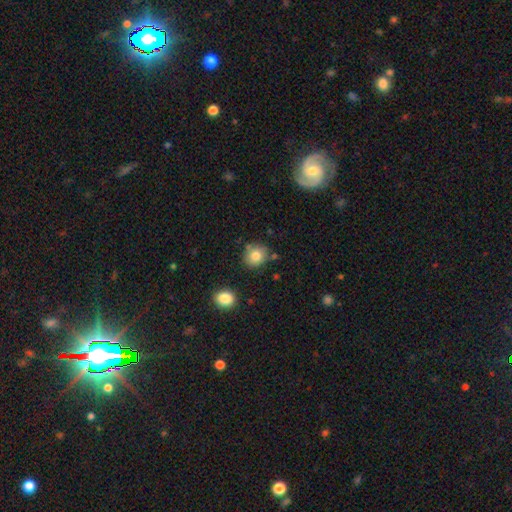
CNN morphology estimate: smooth_or_featured: smooth (p=0.81) [alt: star or artifact p=0.10]
how_rounded: round (p=0.76) [alt: in between p=0.23]
merging: none (p=0.76) [alt: minor disturbance p=0.14]